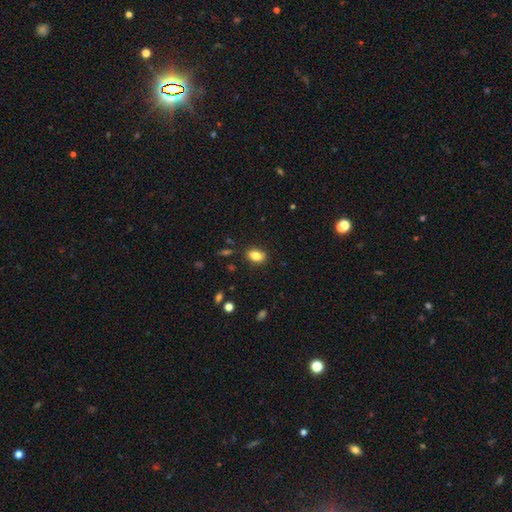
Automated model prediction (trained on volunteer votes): Smooth or featured? smooth (82%)
How rounded? in between (85%)
Merging? none (81%)